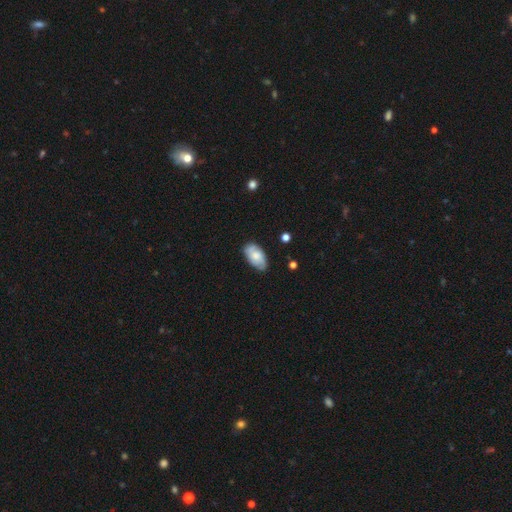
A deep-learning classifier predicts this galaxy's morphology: A smooth galaxy with no disk features (55%) that is in between round and cigar-shaped (94%). Merging: none (73%).